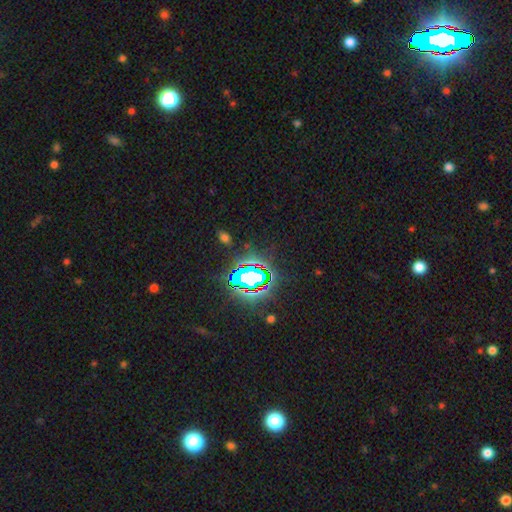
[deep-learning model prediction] This is clearly a star or artifact rather than a galaxy (83%).